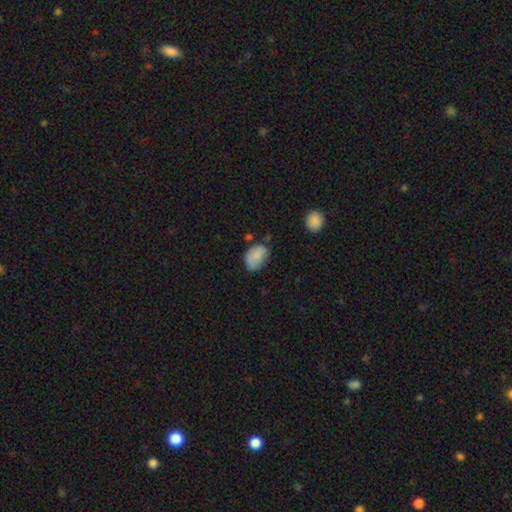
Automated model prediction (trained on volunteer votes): Overall: smooth (82%). How rounded: in between (83%). Merging: none (52%; minor disturbance 34%).